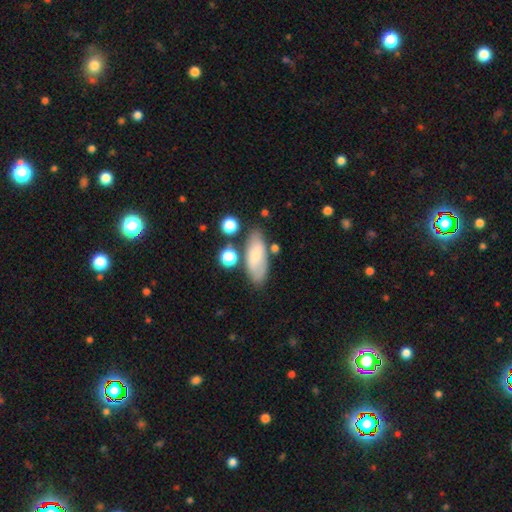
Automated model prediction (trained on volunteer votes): This is likely a smooth galaxy (70%). How rounded: likely in between (79%). Merging: likely none (72%).